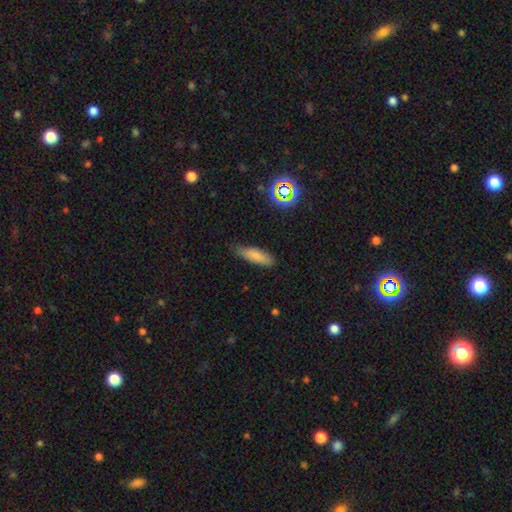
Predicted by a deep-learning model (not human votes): A smooth galaxy with no disk features (80%) that is in between round and cigar-shaped (49%, tied with cigar-shaped).

Vote fractions:
- Smooth or featured? smooth: 80% / featured or disk: 11% / star or artifact: 9%
- How rounded? in between: 49% (tied) / cigar-shaped: 49% (tied) / round: 2%
- Merging? none: 73% / minor disturbance: 22% / major disturbance: 4% / merger: 2%